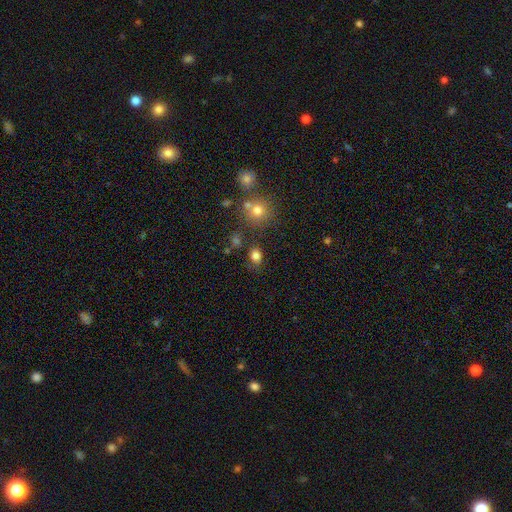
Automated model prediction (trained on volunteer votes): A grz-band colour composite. It shows a smooth galaxy with no disk features (80%) that is in between round and cigar-shaped (56%). Merging: none (74%).